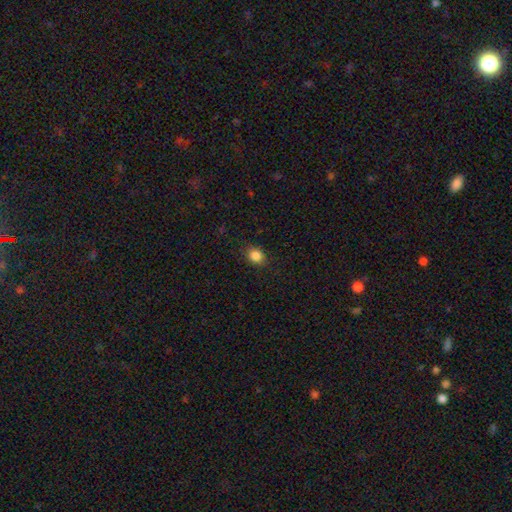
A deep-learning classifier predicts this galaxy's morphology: smooth_or_featured: smooth (p=0.86) [alt: star or artifact p=0.10]
how_rounded: round (p=0.55) [alt: in between p=0.44]
merging: none (p=0.86) [alt: minor disturbance p=0.11]